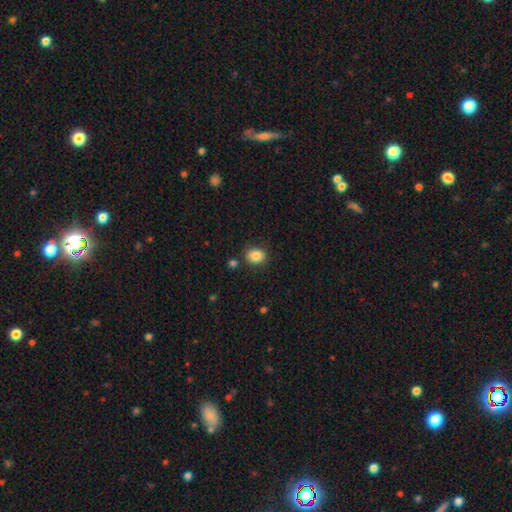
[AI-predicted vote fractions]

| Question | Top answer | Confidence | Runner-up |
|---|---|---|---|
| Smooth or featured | smooth | 85% | star or artifact (9%) |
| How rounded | round | 56% | in between (43%) |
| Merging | none | 83% | minor disturbance (10%) |